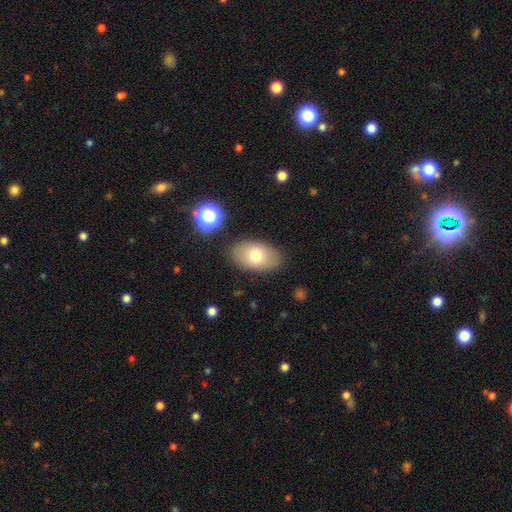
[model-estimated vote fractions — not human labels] Q: Smooth or featured?
A: smooth (73%); runner-up: featured or disk (18%)
Q: How rounded?
A: in between (91%); runner-up: round (7%)
Q: Merging?
A: none (84%); runner-up: minor disturbance (11%)